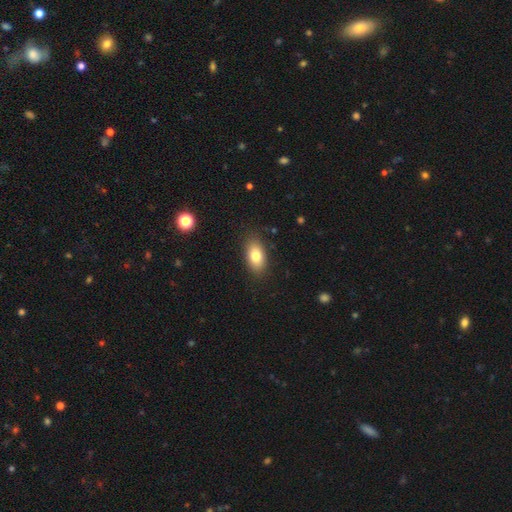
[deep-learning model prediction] smooth_or_featured: smooth (p=0.79) [alt: featured or disk p=0.13]
how_rounded: in between (p=0.89) [alt: round p=0.08]
merging: none (p=0.86) [alt: minor disturbance p=0.10]